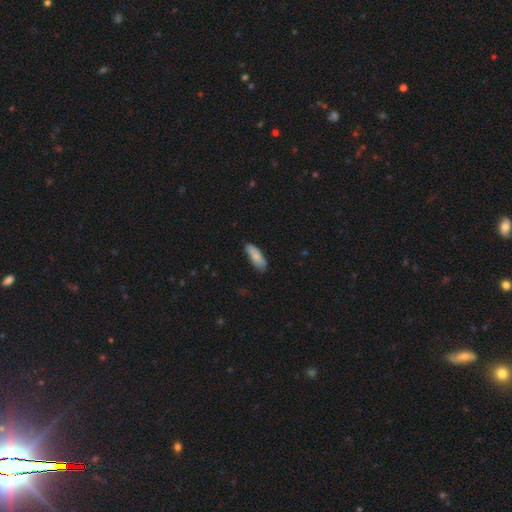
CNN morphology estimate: smooth_or_featured: smooth (p=0.83) [alt: featured or disk p=0.11]
how_rounded: in between (p=0.60) [alt: cigar-shaped p=0.38]
merging: none (p=0.79) [alt: minor disturbance p=0.17]